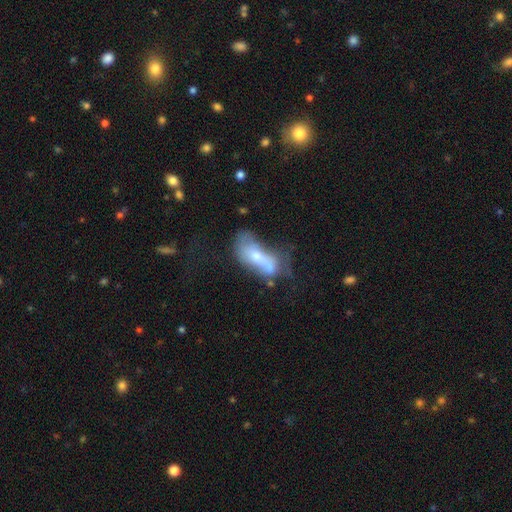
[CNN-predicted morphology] Smooth or featured?
  - smooth: 48% *
  - featured or disk: 42%
  - star or artifact: 10%
Merging?
  - merger: 33% *
  - major disturbance: 26%
  - none: 22%
  - minor disturbance: 18%